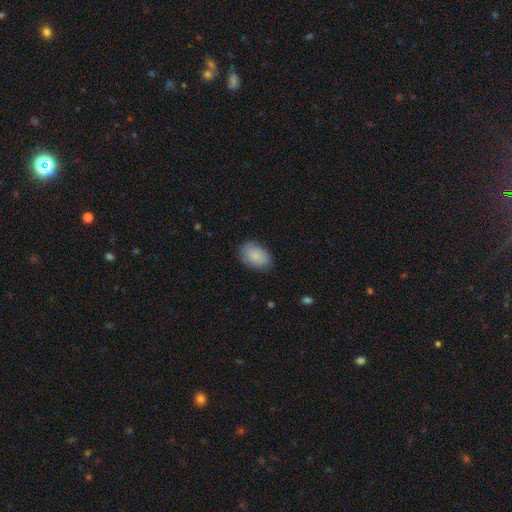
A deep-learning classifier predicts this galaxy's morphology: The model was most divided on "merging": none: 83%, minor disturbance: 13%, major disturbance: 3%, merger: 1%. More confident: how rounded — in between (88%); smooth or featured — smooth (87%).